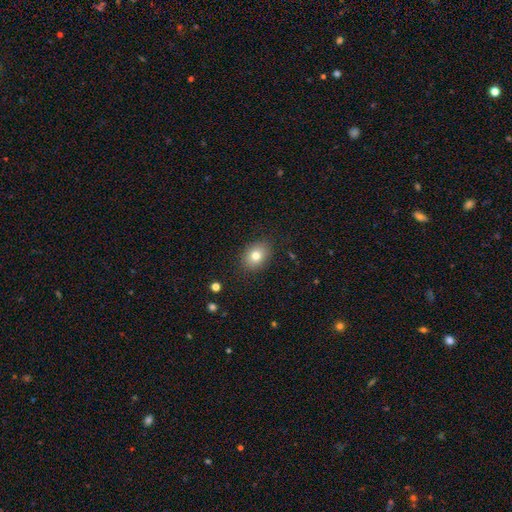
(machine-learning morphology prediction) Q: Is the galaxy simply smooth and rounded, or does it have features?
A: smooth — 78%.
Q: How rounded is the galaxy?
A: in between — 64%.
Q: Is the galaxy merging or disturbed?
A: none — 87%.